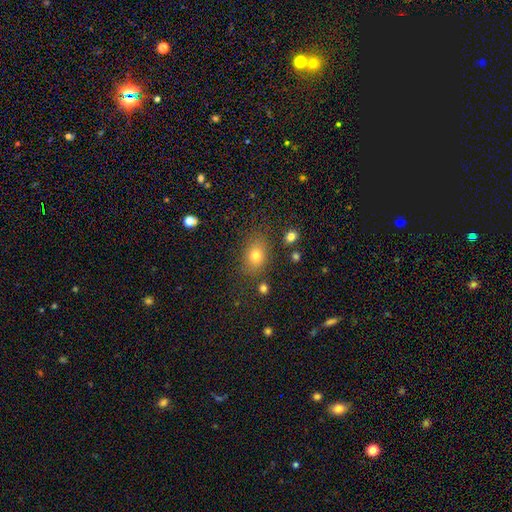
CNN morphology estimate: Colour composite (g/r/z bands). It shows a smooth galaxy with no disk features (76%) that is in between round and cigar-shaped (69%). Merging: none (79%).